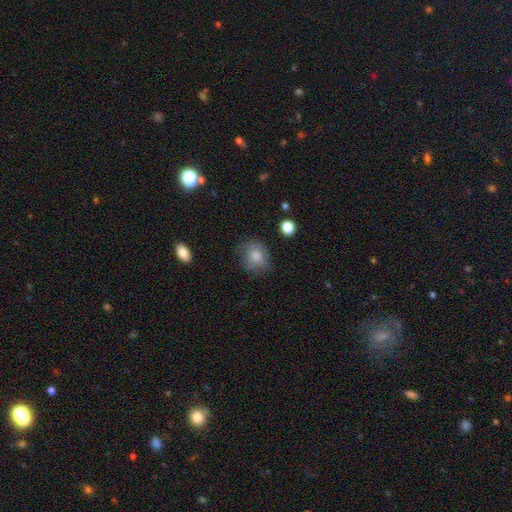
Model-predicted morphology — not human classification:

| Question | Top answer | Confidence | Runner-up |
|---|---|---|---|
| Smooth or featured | smooth | 73% | featured or disk (15%) |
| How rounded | round | 67% | in between (32%) |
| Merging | none | 75% | minor disturbance (18%) |